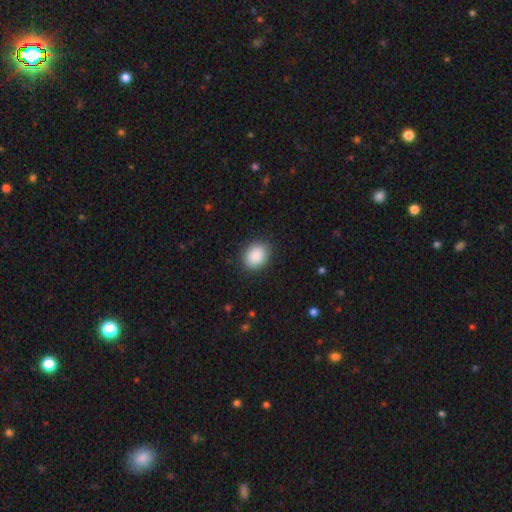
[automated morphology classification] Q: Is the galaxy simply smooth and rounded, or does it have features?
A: smooth — 90%.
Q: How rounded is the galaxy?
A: in between — 60%.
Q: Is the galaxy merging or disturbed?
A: none — 88%.